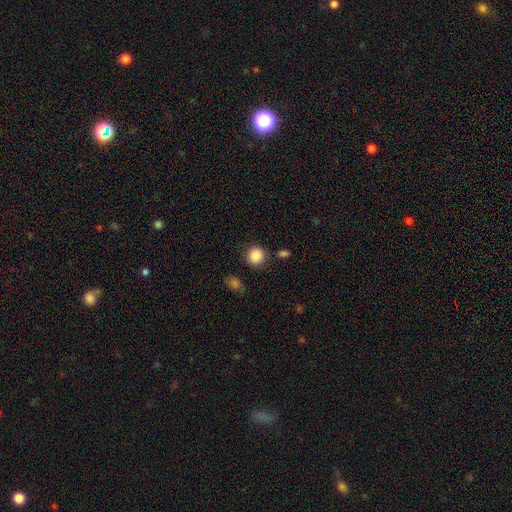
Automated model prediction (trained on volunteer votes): smooth-or-featured: smooth: 87% | star or artifact: 9% | featured or disk: 4%
  how-rounded: round: 90% | in between: 9% | cigar-shaped: 1%
  merging: none: 84% | minor disturbance: 9% | merger: 4% | major disturbance: 3%